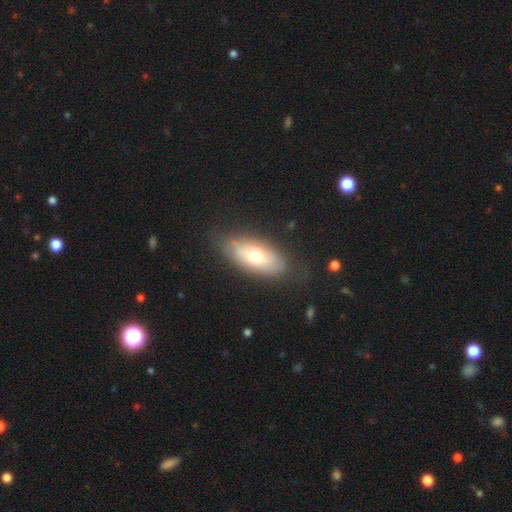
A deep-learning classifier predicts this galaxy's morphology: smooth 62%, featured or disk 31%, star or artifact 7%. Down the decision tree: how rounded — in between (85%); merging — none (74%).